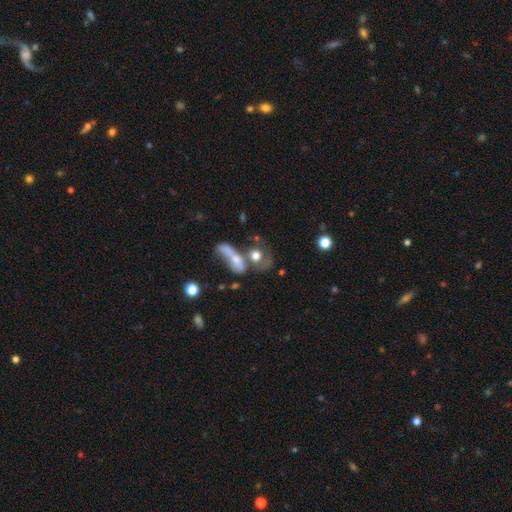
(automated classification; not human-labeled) smooth_or_featured: smooth (p=0.62) [alt: featured or disk p=0.26]
how_rounded: round (p=0.50) [alt: in between p=0.41]
merging: merger (p=0.48) [alt: none p=0.23]